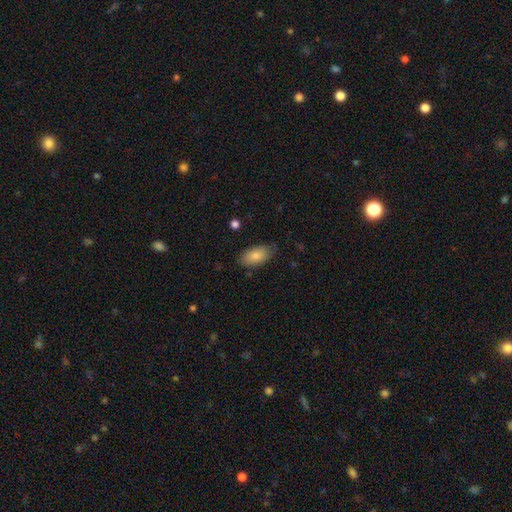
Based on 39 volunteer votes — This appears to be a smooth galaxy with no disk features (92%) that is in between round and cigar-shaped (94%). Merging: none (66%).